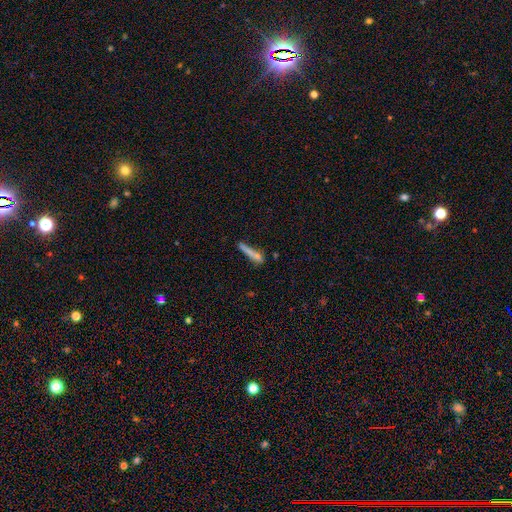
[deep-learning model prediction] Q: Smooth or featured?
A: smooth (64%); runner-up: featured or disk (26%)
Q: How rounded?
A: cigar-shaped (91%); runner-up: in between (7%)
Q: Merging?
A: none (55%); runner-up: minor disturbance (19%)